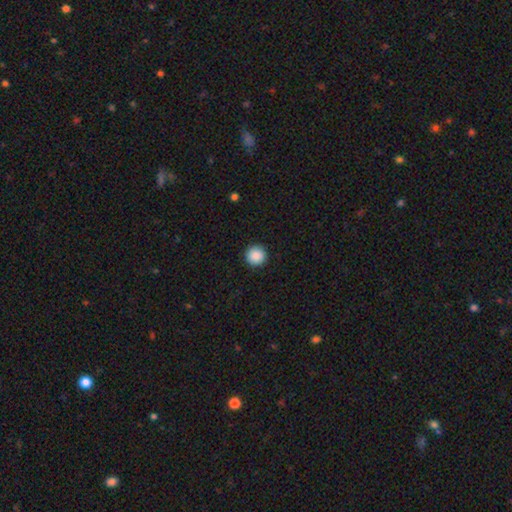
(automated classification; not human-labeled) Smooth or featured? smooth (89%)
How rounded? round (96%)
Merging? none (93%)